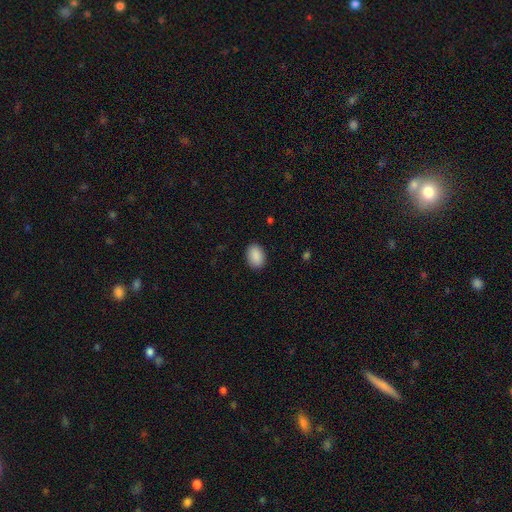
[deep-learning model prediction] This is clearly a smooth galaxy (90%). How rounded: clearly in between (83%). Merging: clearly none (88%).